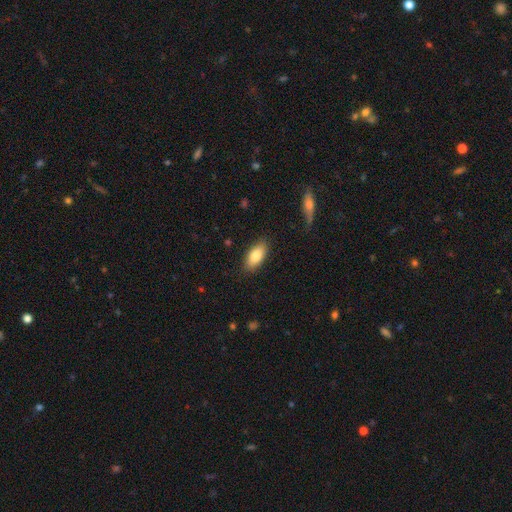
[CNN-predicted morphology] Smooth or featured? smooth (82%)
How rounded? in between (89%)
Merging? none (86%)